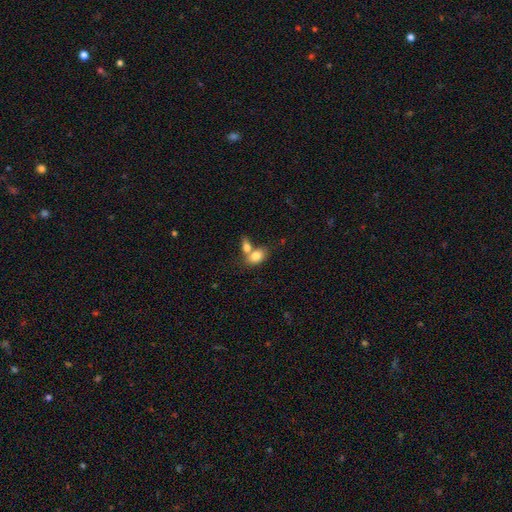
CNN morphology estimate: type=smooth (80%); roundness=in between (82%); merging=merger (53%).